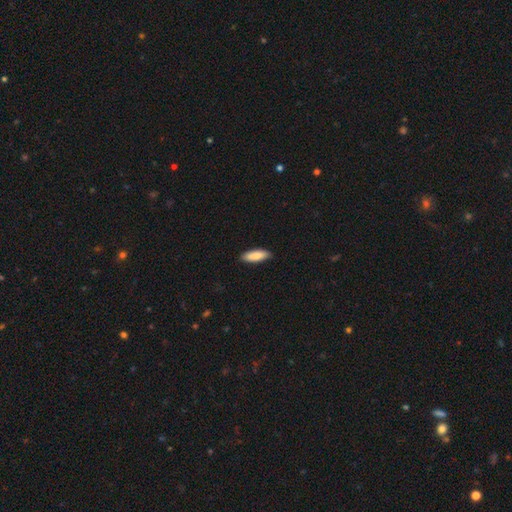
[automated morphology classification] Overall: smooth (86%). How rounded: in between (57%; cigar-shaped 42%). Merging: none (89%).